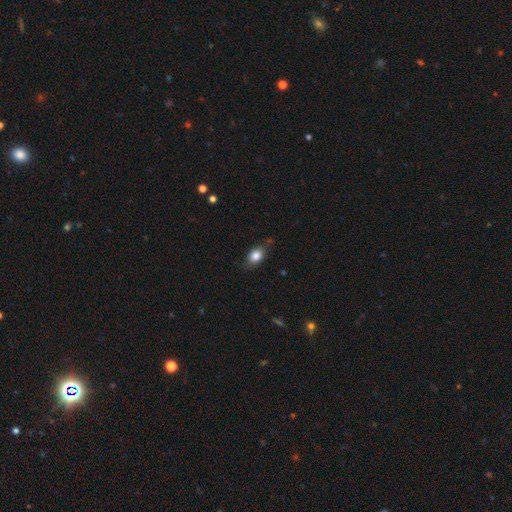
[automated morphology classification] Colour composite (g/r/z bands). It shows a smooth galaxy with no disk features (83%) that is in between round and cigar-shaped (80%). Merging: none (74%).